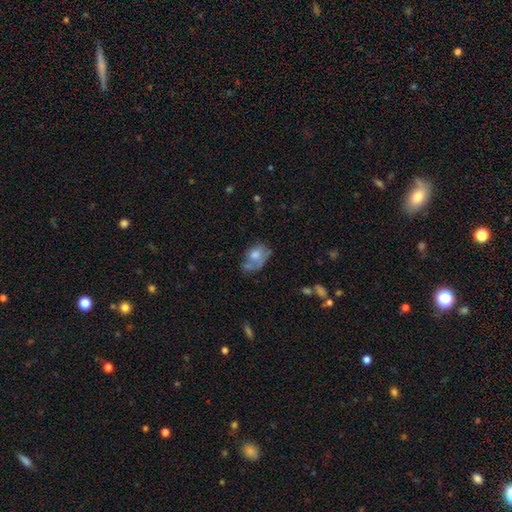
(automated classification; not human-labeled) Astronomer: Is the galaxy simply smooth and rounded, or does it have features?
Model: smooth — 60%.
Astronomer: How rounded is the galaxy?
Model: in between — 81%.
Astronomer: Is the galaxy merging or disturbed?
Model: none — 33% (runner-up: minor disturbance, 31%).